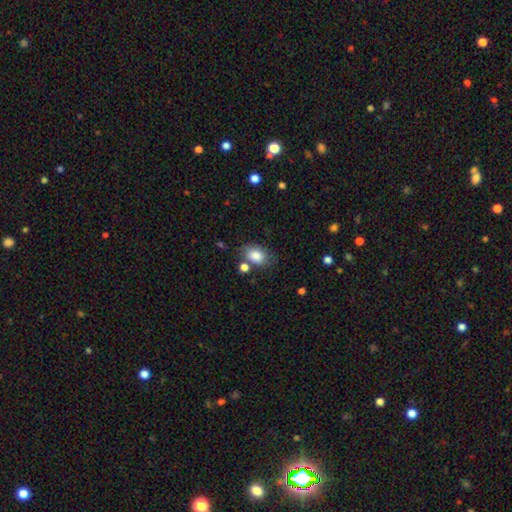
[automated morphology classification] This appears to be a smooth galaxy with no disk features (84%) that is in between round and cigar-shaped (78%). Merging: none (67%).